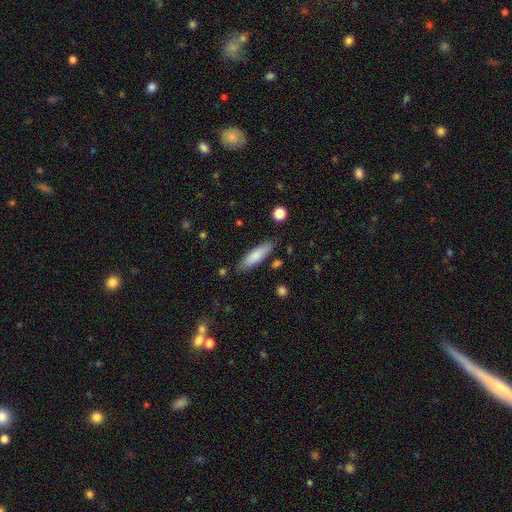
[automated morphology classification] Smooth or featured: smooth — 78% (featured or disk — 16%)
How rounded: cigar-shaped — 63% (in between — 35%)
Merging: none — 83% (minor disturbance — 12%)